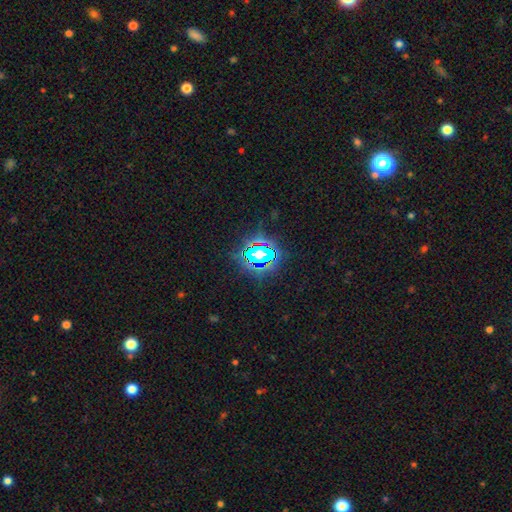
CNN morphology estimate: Overall: star or artifact (80%).